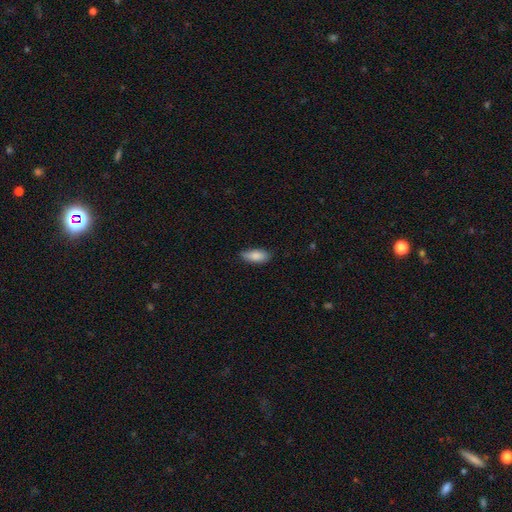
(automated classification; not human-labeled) Smooth or featured? Predicted: smooth (p=0.86). How rounded? Predicted: in between (p=0.86). Merging? Predicted: none (p=0.74).